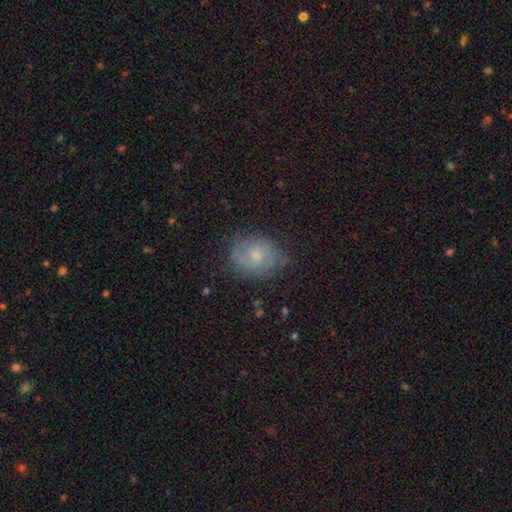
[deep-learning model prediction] The model was most divided on "bulge size": moderate: 45%, small: 41%, none: 9%, large: 4%, dominant: 1%. More confident: edge-on disk — no (97%); spiral arms — yes (82%); merging — none (71%); bar — no (62%); smooth or featured — featured or disk (52%).